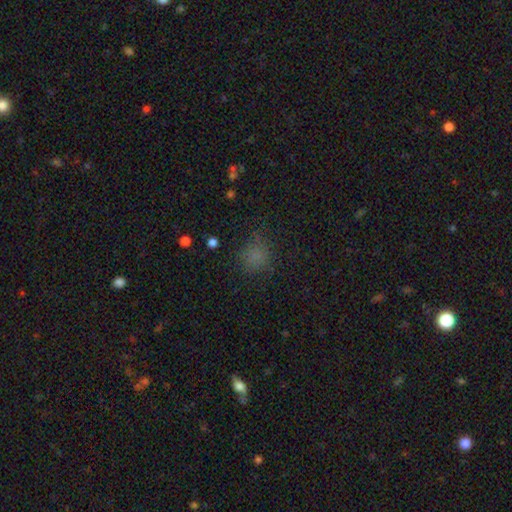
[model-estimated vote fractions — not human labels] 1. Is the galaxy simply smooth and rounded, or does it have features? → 73% smooth, 21% star or artifact, 6% featured or disk.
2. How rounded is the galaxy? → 82% round, 17% in between, 1% cigar-shaped.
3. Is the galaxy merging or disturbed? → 78% none, 15% minor disturbance, 6% major disturbance, 2% merger.